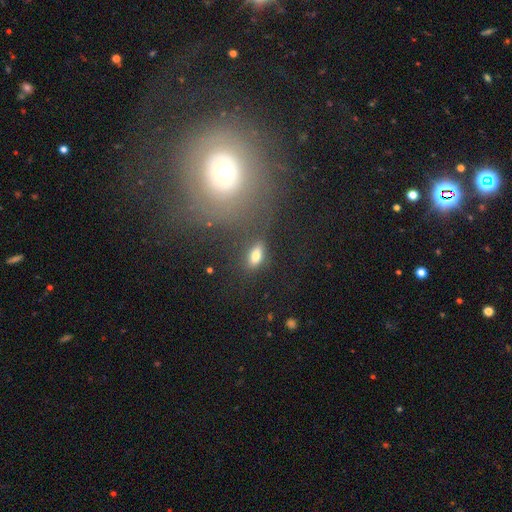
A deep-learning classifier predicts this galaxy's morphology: A smooth galaxy with no disk features (80%) that is in between round and cigar-shaped (82%). Merging: none (76%).